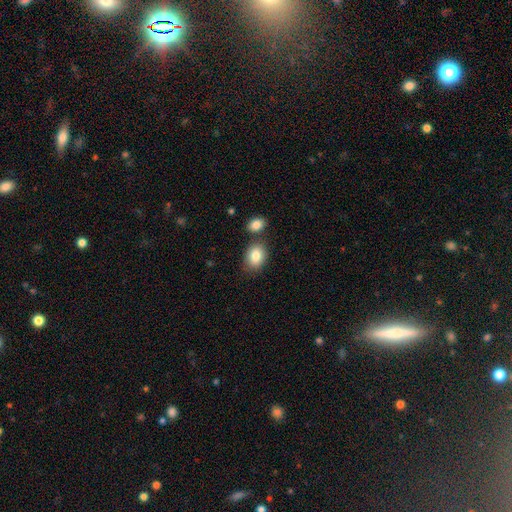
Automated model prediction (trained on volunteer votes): Overall: smooth (84%). How rounded: in between (72%). Merging: none (71%).